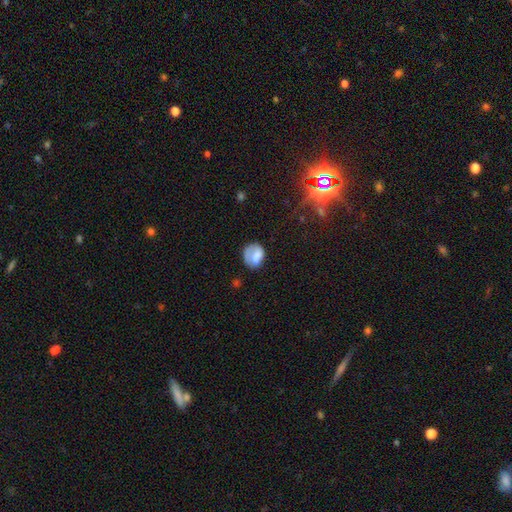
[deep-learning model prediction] Q: Smooth or featured?
A: smooth (66%); runner-up: featured or disk (25%)
Q: How rounded?
A: round (50%); runner-up: in between (49%)
Q: Merging?
A: none (49%); runner-up: minor disturbance (27%)